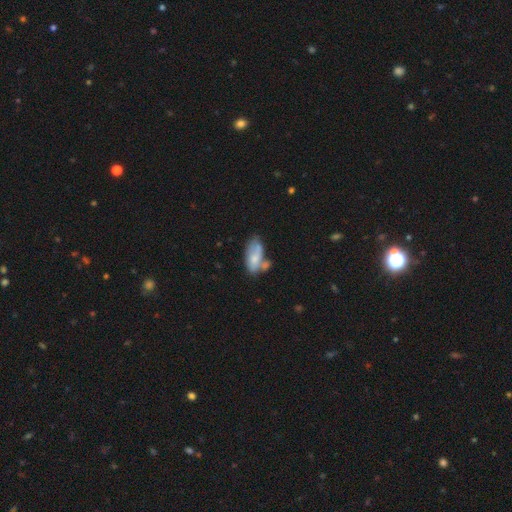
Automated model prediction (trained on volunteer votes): Smooth or featured? Predicted: smooth (p=0.67). How rounded? Predicted: in between (p=0.90). Merging? Predicted: merger (p=0.34).